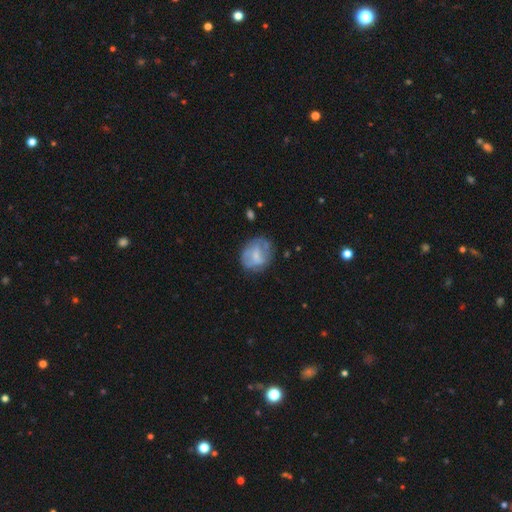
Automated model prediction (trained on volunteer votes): Smooth or featured: featured or disk — 49% (smooth — 43%)
Merging: none — 62% (minor disturbance — 23%)